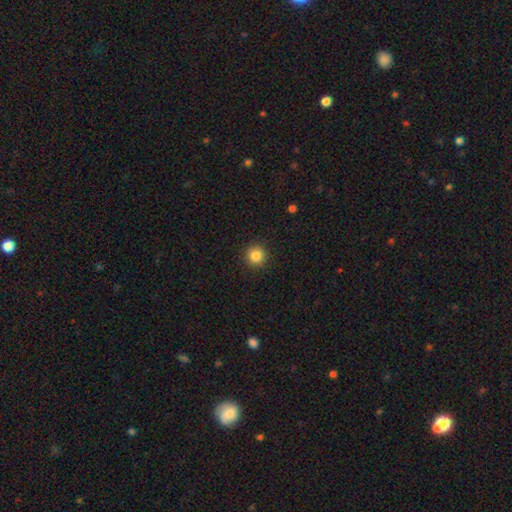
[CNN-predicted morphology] This appears to be a smooth galaxy with no disk features (85%) that is round (95%). Merging: none (92%).